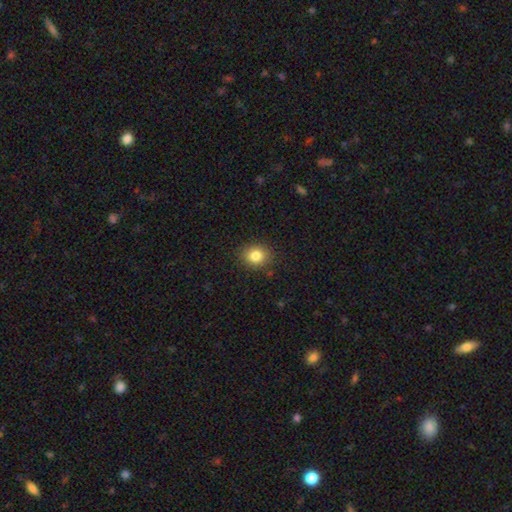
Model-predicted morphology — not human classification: This appears to be a smooth galaxy with no disk features (84%) that is round (62%). Merging: none (88%).